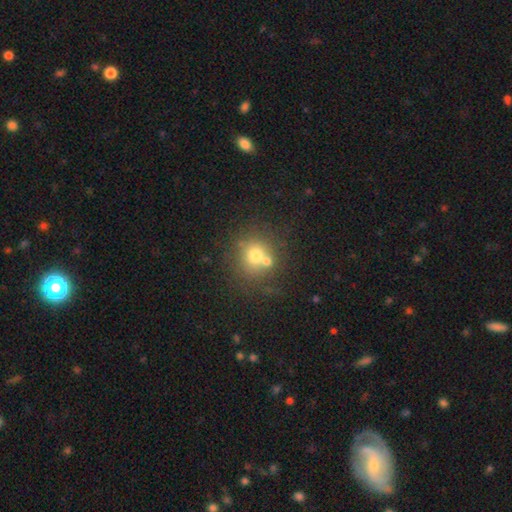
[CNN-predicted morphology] Smooth or featured? Predicted: smooth (p=0.69). How rounded? Predicted: round (p=0.88). Merging? Predicted: none (p=0.57).